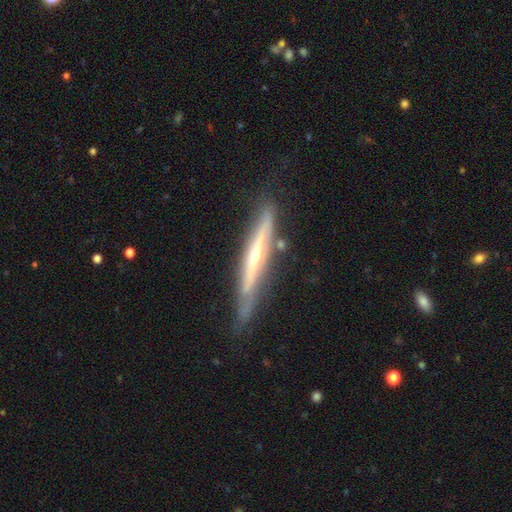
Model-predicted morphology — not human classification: The model was most divided on "edge-on bulge": rounded: 68%, none: 28%, boxy: 4%. More confident: edge-on disk — yes (93%); smooth or featured — featured or disk (77%); merging — none (73%).